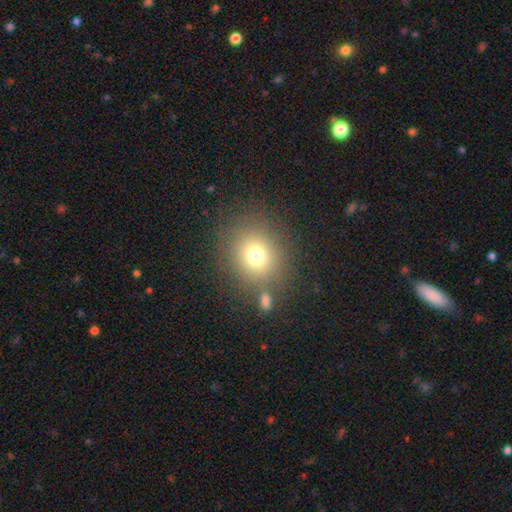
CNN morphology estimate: A smooth galaxy with no disk features (74%) that is round (79%). Merging: none (76%).